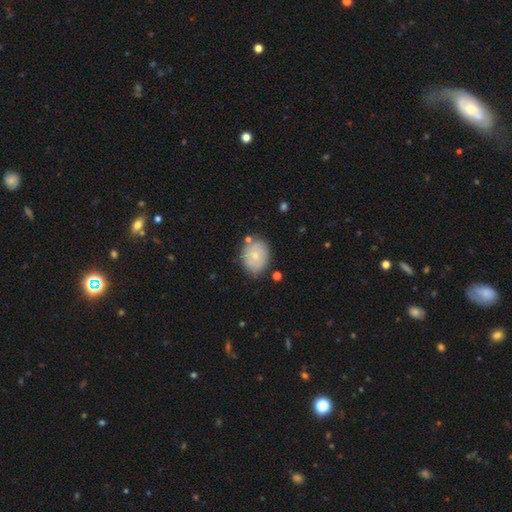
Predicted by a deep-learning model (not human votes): Smooth or featured: smooth — 55% (featured or disk — 38%)
How rounded: round — 50% (in between — 49%)
Merging: none — 73% (minor disturbance — 18%)